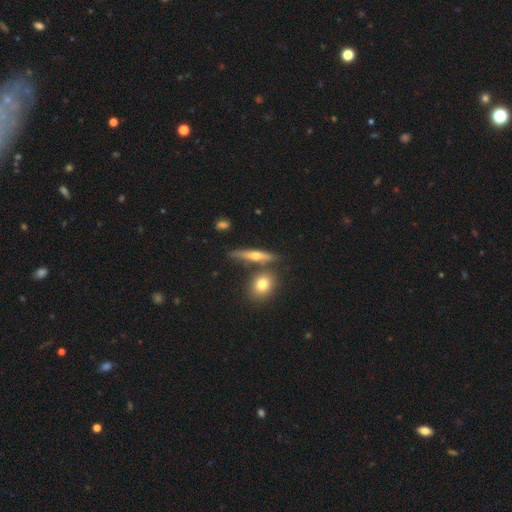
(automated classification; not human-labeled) smooth-or-featured: featured or disk: 52% | smooth: 40% | star or artifact: 8%
  disk-edge-on: yes: 88% | no: 12%
  merging: none: 73% | minor disturbance: 12% | merger: 12% | major disturbance: 4%